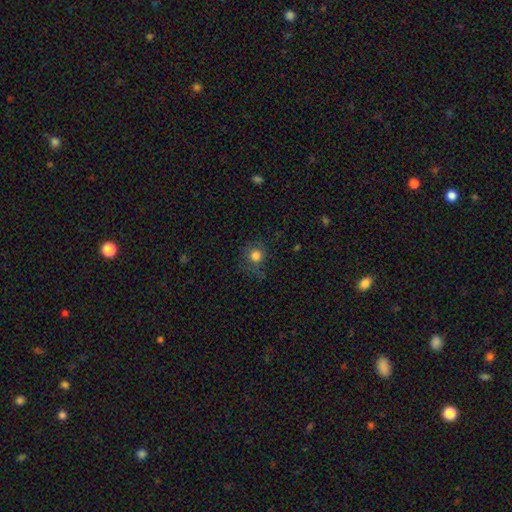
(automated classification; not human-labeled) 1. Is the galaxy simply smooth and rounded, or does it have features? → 78% smooth, 13% star or artifact, 8% featured or disk.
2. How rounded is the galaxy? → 90% round, 9% in between, 1% cigar-shaped.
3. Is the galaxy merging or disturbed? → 69% none, 18% minor disturbance, 10% major disturbance, 2% merger.